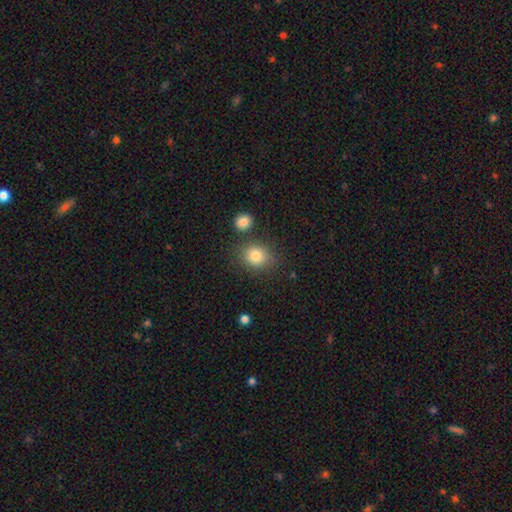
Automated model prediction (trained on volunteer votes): Smooth or featured? smooth (83%)
How rounded? round (61%)
Merging? none (74%)